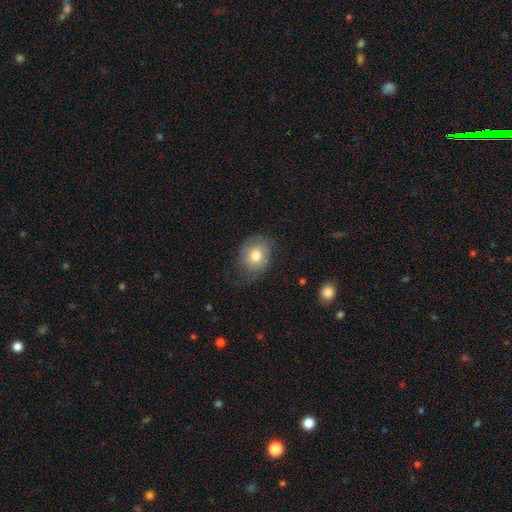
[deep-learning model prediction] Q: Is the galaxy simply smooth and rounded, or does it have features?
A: smooth — 75%.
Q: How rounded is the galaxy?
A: round — 52%.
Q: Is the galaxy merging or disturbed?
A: none — 67%.